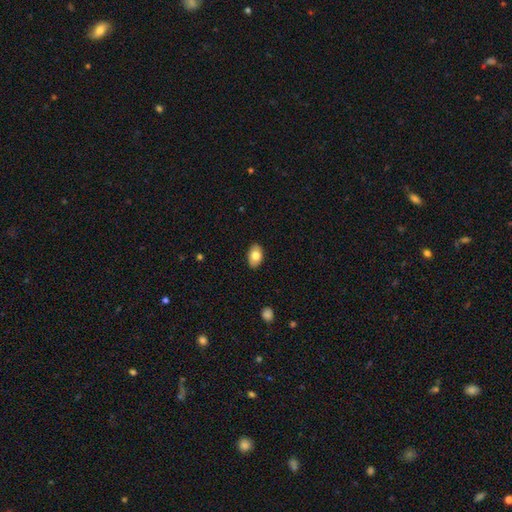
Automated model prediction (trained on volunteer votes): smooth-or-featured: smooth: 77% | featured or disk: 16% | star or artifact: 7%
  how-rounded: in between: 89% | round: 9% | cigar-shaped: 1%
  merging: none: 87% | minor disturbance: 10% | major disturbance: 2% | merger: 1%